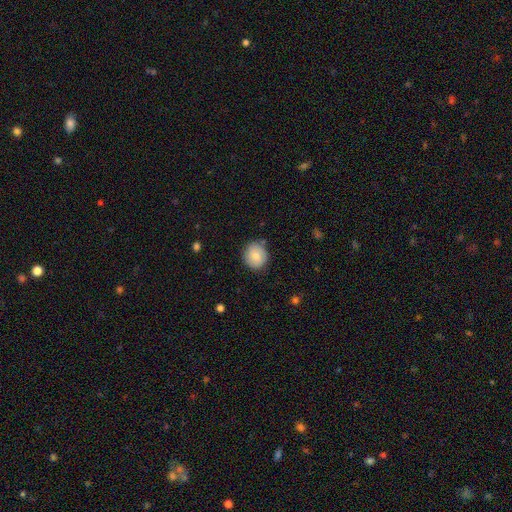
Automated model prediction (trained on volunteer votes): Smooth or featured: smooth — 80% (featured or disk — 13%)
How rounded: round — 85% (in between — 14%)
Merging: none — 81% (minor disturbance — 14%)